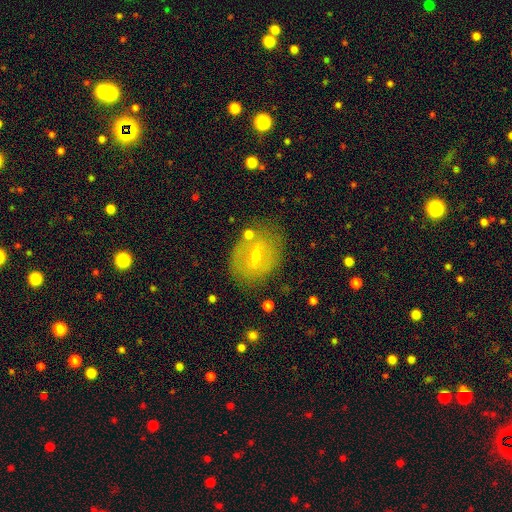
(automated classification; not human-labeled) A featured or disk galaxy (55%). Merging: none (76%).